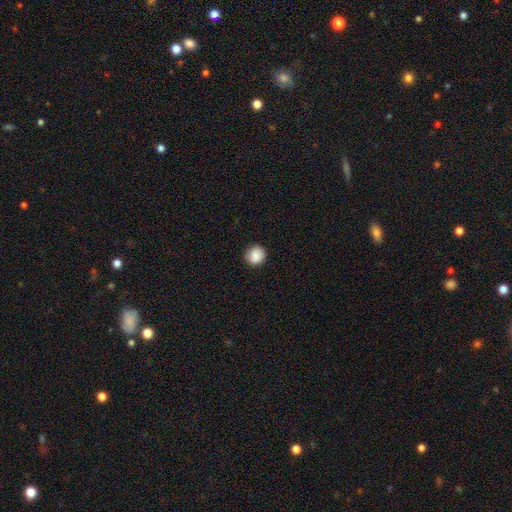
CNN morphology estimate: smooth 85%, star or artifact 9%, featured or disk 7%. Down the decision tree: how rounded — round (90%); merging — none (87%).